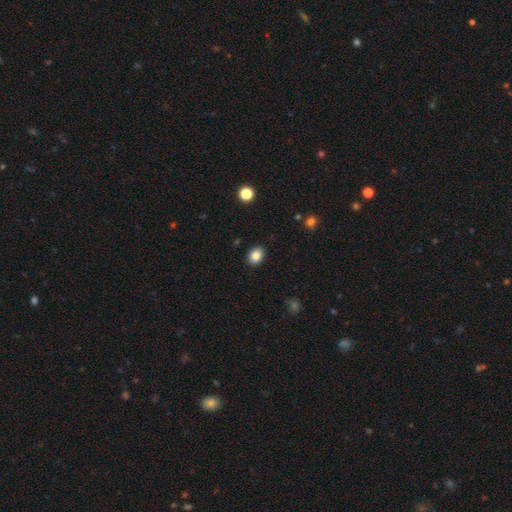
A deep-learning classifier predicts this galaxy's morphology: This is clearly a smooth galaxy (85%). How rounded: likely in between (72%). Merging: clearly none (88%).